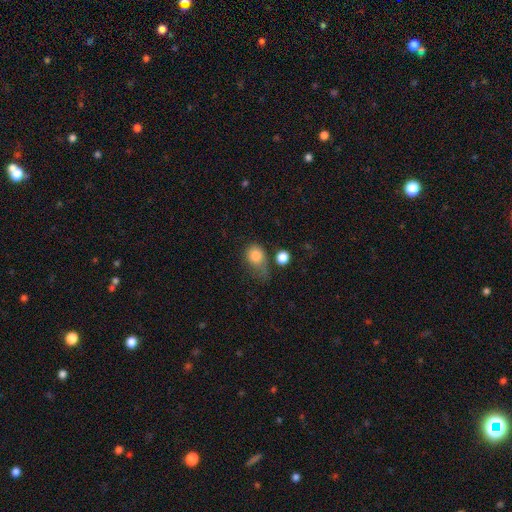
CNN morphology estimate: A smooth galaxy with no disk features (83%) that is round (60%).

Vote fractions:
- Smooth or featured? smooth: 83% / star or artifact: 10% / featured or disk: 7%
- How rounded? round: 60% / in between: 38% / cigar-shaped: 2%
- Merging? none: 34% / minor disturbance: 30% / major disturbance: 25% / merger: 11%